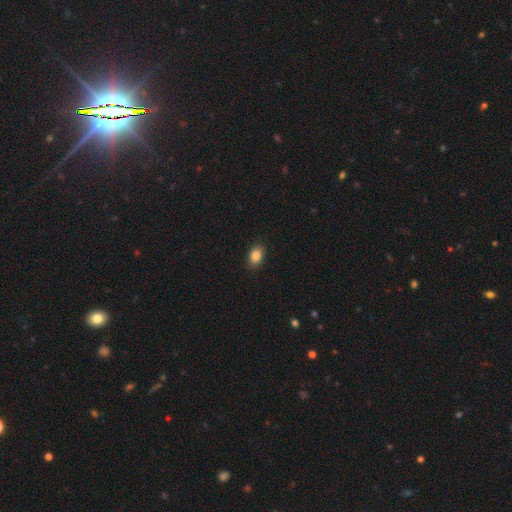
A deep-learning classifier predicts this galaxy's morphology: The model was most divided on "how rounded": in between: 83%, round: 16%, cigar-shaped: 2%. More confident: merging — none (88%); smooth or featured — smooth (86%).